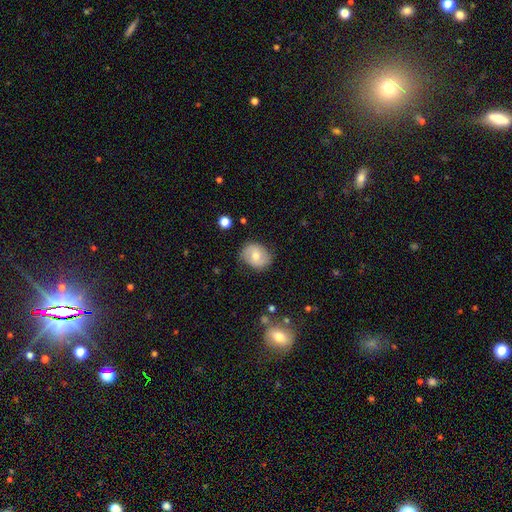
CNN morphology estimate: smooth 58%, featured or disk 34%, star or artifact 8%. Down the decision tree: how rounded — round (53%); merging — none (80%).